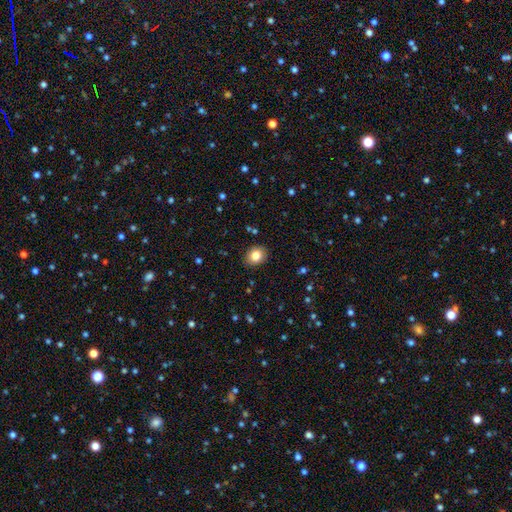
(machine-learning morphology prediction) Smooth or featured: smooth — 84% (star or artifact — 9%)
How rounded: round — 56% (in between — 44%)
Merging: none — 89% (minor disturbance — 8%)